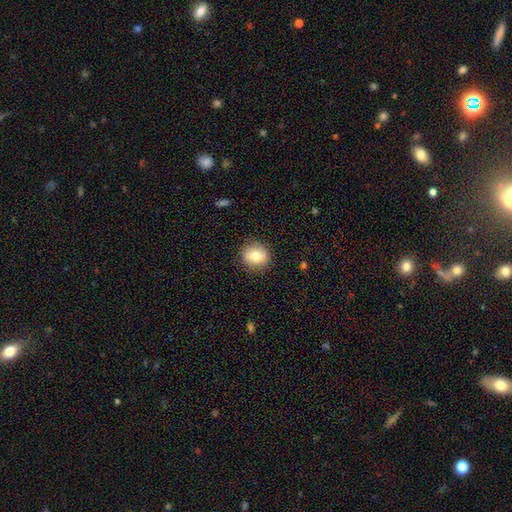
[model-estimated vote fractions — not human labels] Q: Smooth or featured?
A: smooth (78%); runner-up: featured or disk (13%)
Q: How rounded?
A: round (83%); runner-up: in between (16%)
Q: Merging?
A: none (88%); runner-up: minor disturbance (9%)